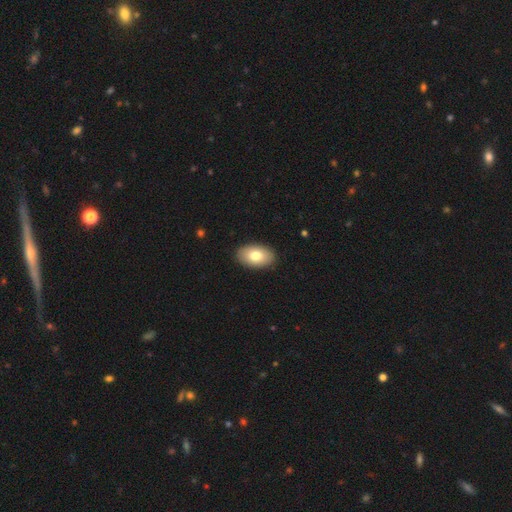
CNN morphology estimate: A smooth galaxy with no disk features (78%) that is in between round and cigar-shaped (93%).

Vote fractions:
- Smooth or featured? smooth: 78% / featured or disk: 15% / star or artifact: 6%
- How rounded? in between: 93% / round: 6% / cigar-shaped: 1%
- Merging? none: 90% / minor disturbance: 7% / major disturbance: 2% / merger: 1%